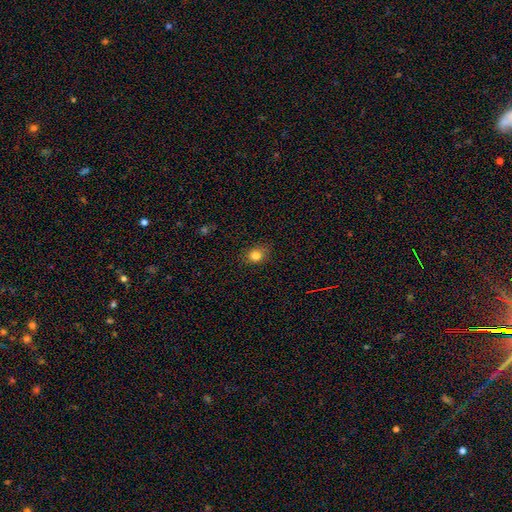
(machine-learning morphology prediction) smooth 82%, star or artifact 12%, featured or disk 6%. Down the decision tree: how rounded — round (62%); merging — none (82%).